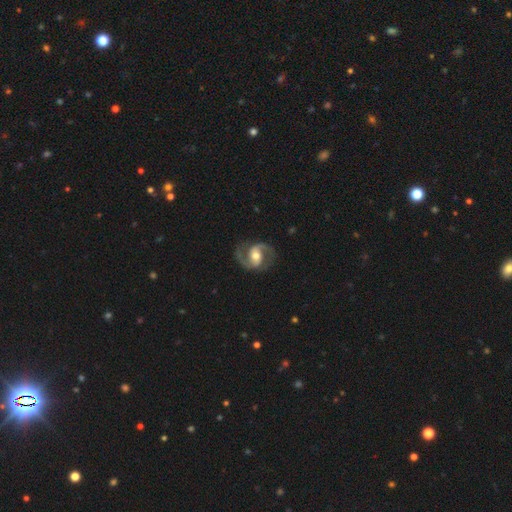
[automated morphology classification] Smooth or featured: featured or disk — 90% (smooth — 6%)
Edge-on disk: no — 98% (yes — 2%)
Bar: weak — 43% (no — 35%)
Spiral arms: yes — 97% (no — 3%)
Spiral winding: medium — 62% (loose — 21%)
Spiral arm count: 2 — 94% (can't tell — 2%)
Bulge size: moderate — 71% (small — 16%)
Merging: none — 81% (minor disturbance — 12%)